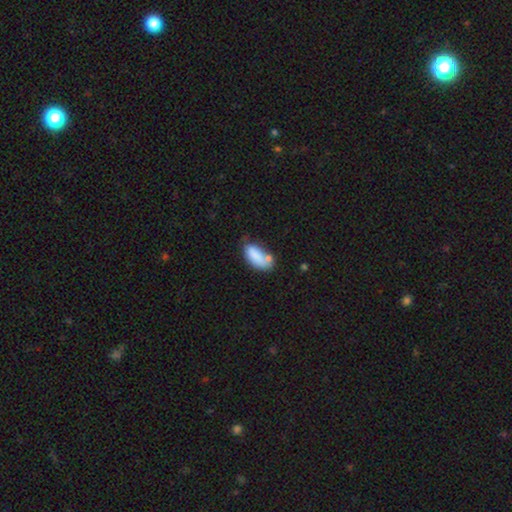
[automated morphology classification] Smooth or featured?
  - smooth: 82% *
  - featured or disk: 10%
  - star or artifact: 8%
How rounded?
  - in between: 91% *
  - cigar-shaped: 7%
  - round: 3%
Merging?
  - none: 46% *
  - minor disturbance: 27%
  - merger: 17%
  - major disturbance: 10%